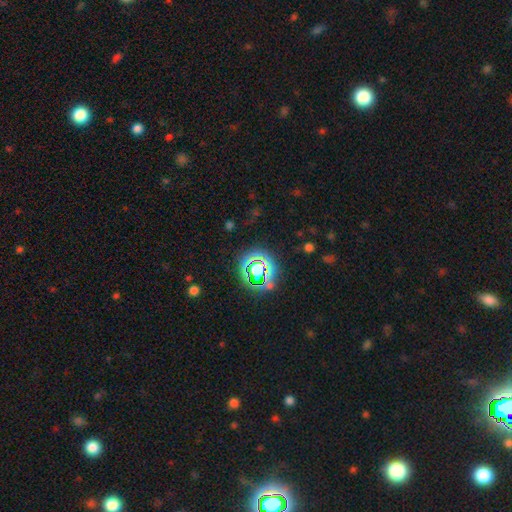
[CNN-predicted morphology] Overall: star or artifact (64%; smooth 25%).